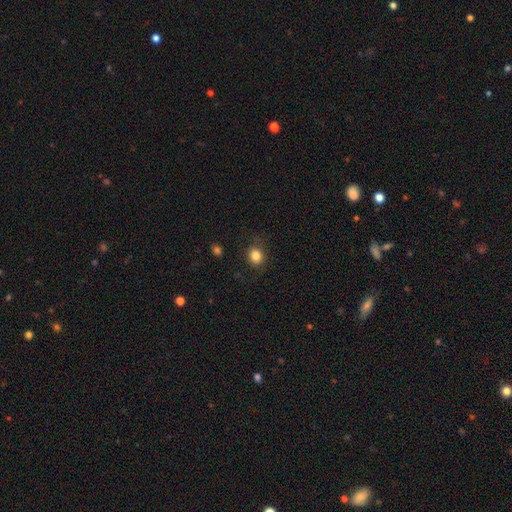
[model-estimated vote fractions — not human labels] Smooth or featured: smooth — 84% (star or artifact — 10%)
How rounded: round — 66% (in between — 34%)
Merging: none — 82% (minor disturbance — 13%)